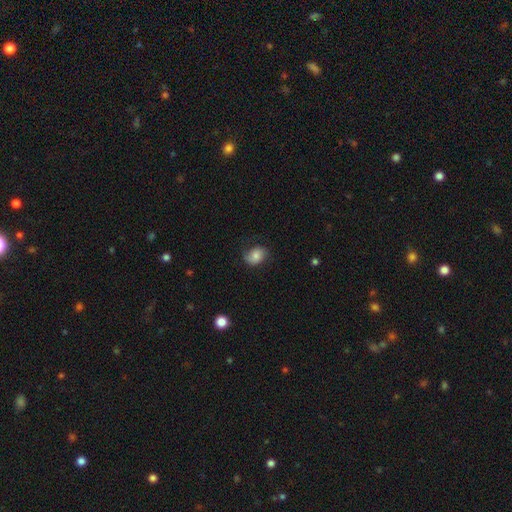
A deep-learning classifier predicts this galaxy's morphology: Overall: smooth (75%). How rounded: in between (71%). Merging: none (69%).